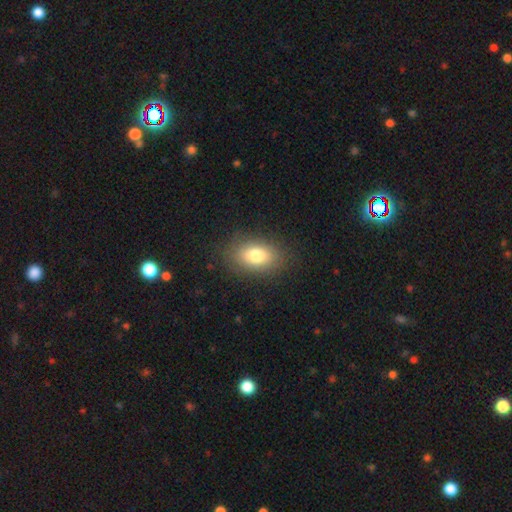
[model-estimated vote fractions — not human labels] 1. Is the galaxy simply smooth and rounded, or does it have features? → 78% smooth, 12% featured or disk, 10% star or artifact.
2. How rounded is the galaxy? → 84% in between, 15% round, 2% cigar-shaped.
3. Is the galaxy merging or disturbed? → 85% none, 10% minor disturbance, 4% major disturbance, 1% merger.